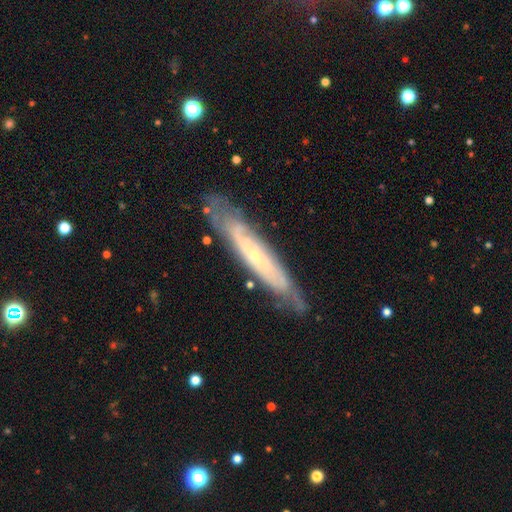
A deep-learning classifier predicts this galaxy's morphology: Smooth or featured: featured or disk — 73% (smooth — 20%)
Edge-on disk: no — 57% (yes — 43%)
Merging: none — 75% (minor disturbance — 18%)